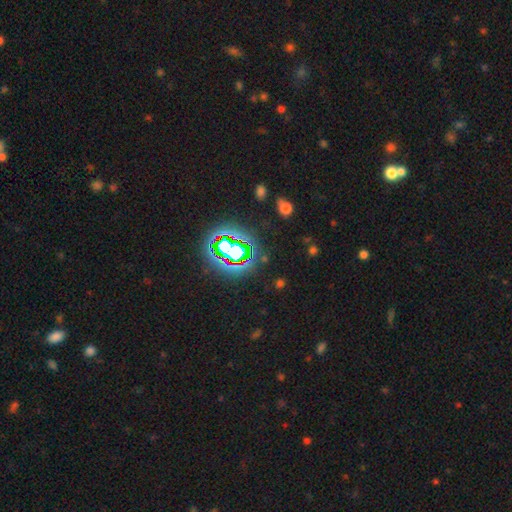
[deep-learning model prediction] Smooth or featured?
  - star or artifact: 76% *
  - smooth: 14%
  - featured or disk: 9%